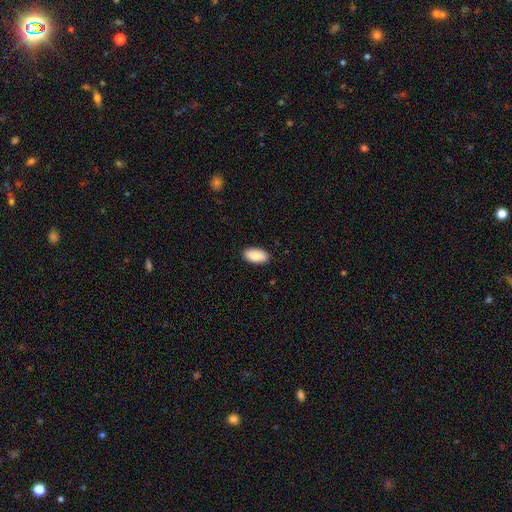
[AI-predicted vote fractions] Q: Smooth or featured?
A: smooth (90%); runner-up: star or artifact (6%)
Q: How rounded?
A: in between (95%); runner-up: cigar-shaped (3%)
Q: Merging?
A: none (90%); runner-up: minor disturbance (8%)